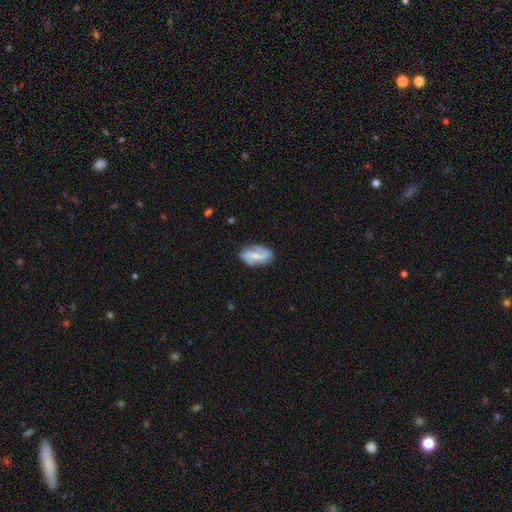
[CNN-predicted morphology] A featured or disk galaxy (61%) with a weak bar (42%), spiral arms (84%) and a small central bulge (43%).

Vote fractions:
- Smooth or featured? featured or disk: 61% / smooth: 32% / star or artifact: 7%
- Edge-on disk? no: 94% / yes: 6%
- Bar? weak: 42% / strong: 34% / no: 24%
- Spiral arms? yes: 84% / no: 16%
- Bulge size? small: 43% / moderate: 27% / none: 25% / large: 4% / dominant: 1%
- Merging? none: 70% / minor disturbance: 20% / major disturbance: 7% / merger: 3%